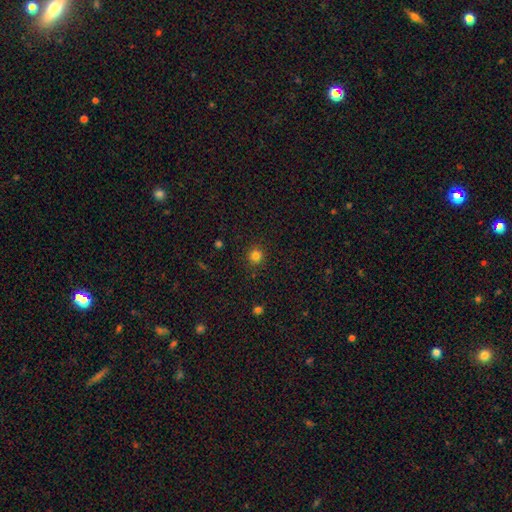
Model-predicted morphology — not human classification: smooth 81%, star or artifact 14%, featured or disk 5%. Down the decision tree: how rounded — round (91%); merging — none (89%).